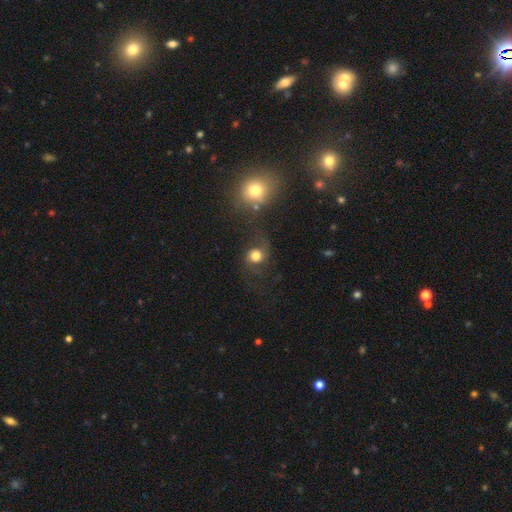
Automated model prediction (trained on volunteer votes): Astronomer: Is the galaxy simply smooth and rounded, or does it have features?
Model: smooth — 52% (runner-up: featured or disk, 36%).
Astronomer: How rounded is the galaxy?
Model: round — 78%.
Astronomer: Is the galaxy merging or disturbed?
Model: none — 51%.